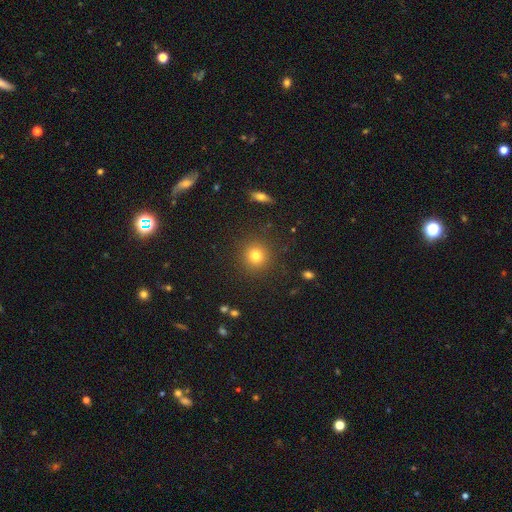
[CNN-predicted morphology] smooth_or_featured: smooth (p=0.79) [alt: star or artifact p=0.14]
how_rounded: round (p=0.92) [alt: in between p=0.07]
merging: none (p=0.90) [alt: minor disturbance p=0.06]